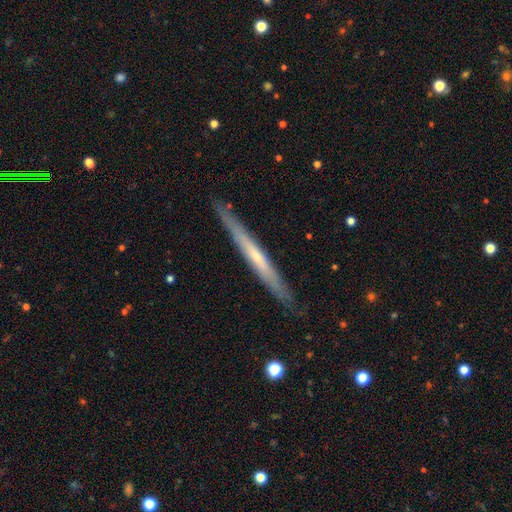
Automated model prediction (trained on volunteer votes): Q: Smooth or featured?
A: featured or disk (58%); runner-up: smooth (36%)
Q: Edge-on disk?
A: yes (94%); runner-up: no (6%)
Q: Edge-on bulge?
A: none (66%); runner-up: rounded (30%)
Q: Merging?
A: none (88%); runner-up: minor disturbance (9%)